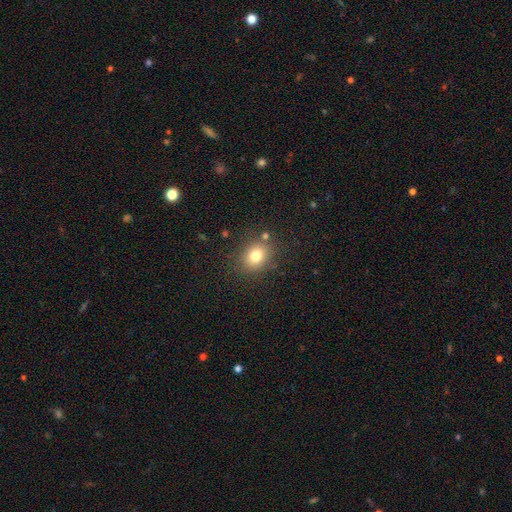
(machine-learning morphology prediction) Smooth or featured? smooth (78%)
How rounded? round (56%)
Merging? none (81%)